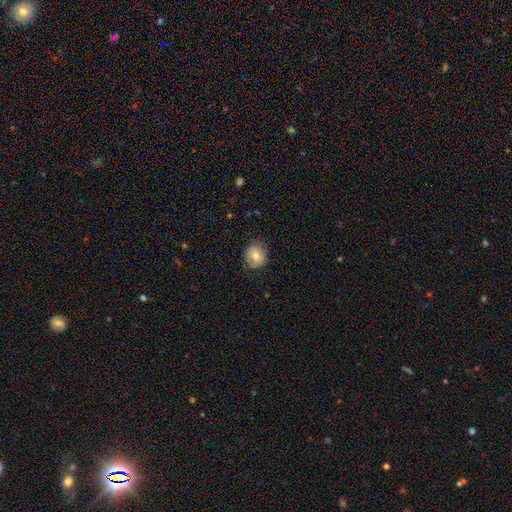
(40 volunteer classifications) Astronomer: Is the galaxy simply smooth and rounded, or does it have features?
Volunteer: smooth — 65%.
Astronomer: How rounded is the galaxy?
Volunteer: round — 81%.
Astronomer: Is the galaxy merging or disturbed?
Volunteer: none — 56% (runner-up: minor disturbance, 36%).